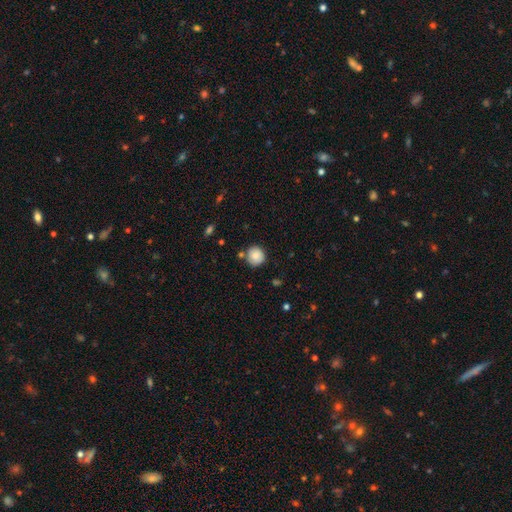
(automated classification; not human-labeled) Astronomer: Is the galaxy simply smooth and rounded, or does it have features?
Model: smooth — 84%.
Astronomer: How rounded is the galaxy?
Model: round — 91%.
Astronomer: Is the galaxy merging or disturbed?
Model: none — 79%.